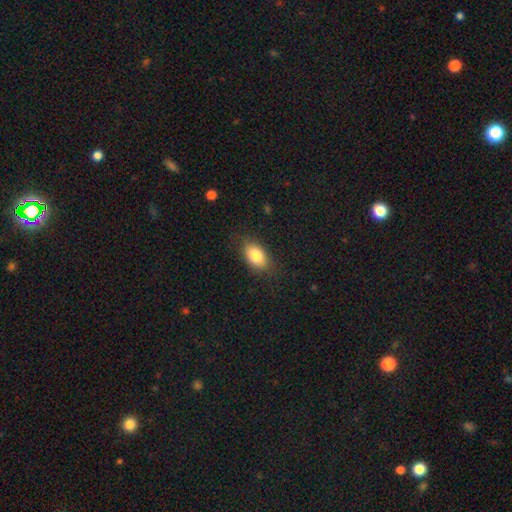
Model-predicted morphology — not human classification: Smooth or featured?
  - smooth: 82% *
  - featured or disk: 10%
  - star or artifact: 7%
How rounded?
  - in between: 89% *
  - round: 9%
  - cigar-shaped: 2%
Merging?
  - none: 83% *
  - minor disturbance: 13%
  - major disturbance: 3%
  - merger: 1%